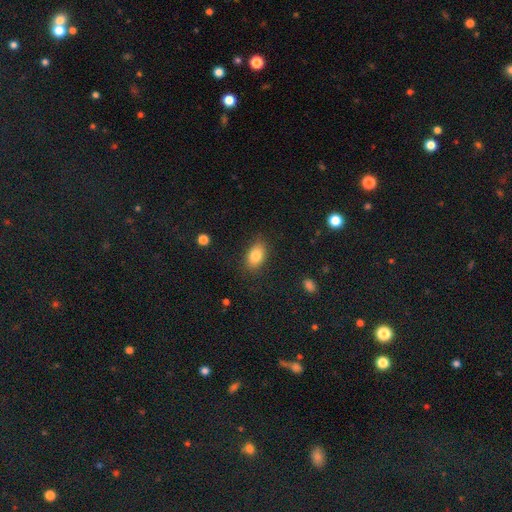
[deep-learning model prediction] Overall: smooth (82%). How rounded: in between (85%). Merging: none (83%).